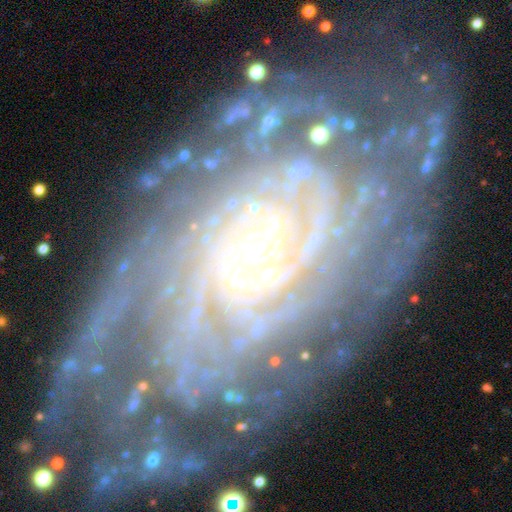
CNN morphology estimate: smooth_or_featured: featured or disk (p=0.90) [alt: star or artifact p=0.06]
disk_edge_on: no (p=0.96) [alt: yes p=0.04]
bar: no (p=0.66) [alt: weak p=0.23]
has_spiral_arms: yes (p=0.98) [alt: no p=0.02]
spiral_winding: tight (p=0.79) [alt: medium p=0.17]
spiral_arm_count: more than 4 (p=0.27) [alt: can't tell p=0.23]
bulge_size: small (p=0.82) [alt: moderate p=0.10]
merging: none (p=0.72) [alt: minor disturbance p=0.18]